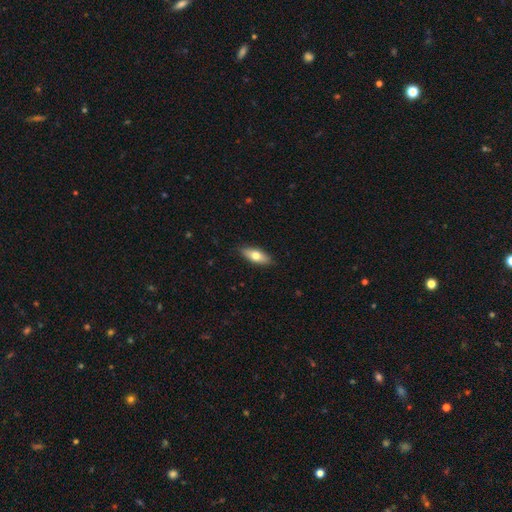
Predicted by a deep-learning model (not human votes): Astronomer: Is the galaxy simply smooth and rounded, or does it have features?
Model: smooth — 65%.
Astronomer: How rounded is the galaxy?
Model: in between — 70%.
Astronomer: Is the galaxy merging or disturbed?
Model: none — 88%.